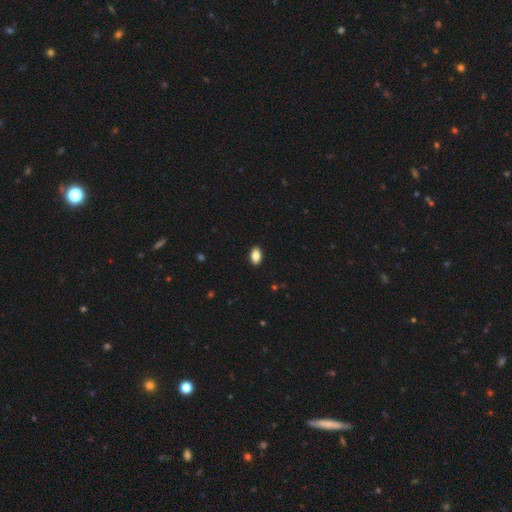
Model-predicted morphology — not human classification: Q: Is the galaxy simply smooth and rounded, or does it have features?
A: smooth — 87%.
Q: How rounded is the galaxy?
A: in between — 91%.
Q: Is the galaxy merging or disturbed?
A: none — 91%.